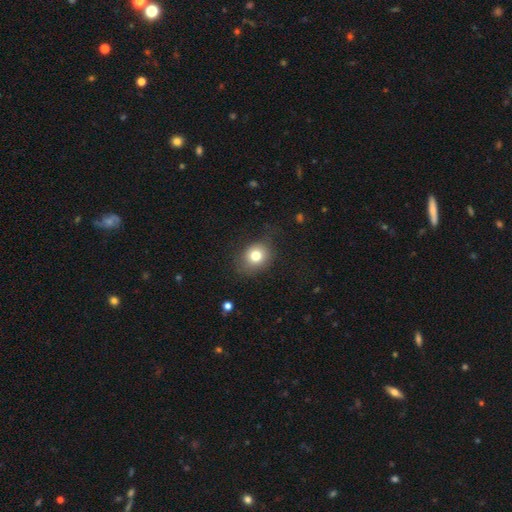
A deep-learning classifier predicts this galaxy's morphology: Smooth or featured?
  - smooth: 77% *
  - star or artifact: 11%
  - featured or disk: 11%
How rounded?
  - round: 61% *
  - in between: 38%
  - cigar-shaped: 1%
Merging?
  - none: 72% *
  - minor disturbance: 20%
  - major disturbance: 7%
  - merger: 1%